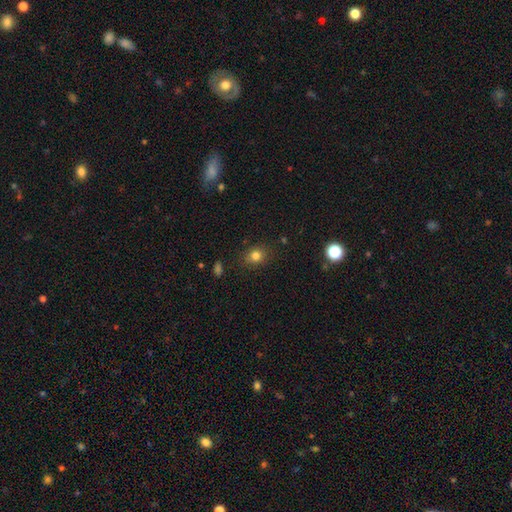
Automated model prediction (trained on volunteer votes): Smooth or featured?
  - smooth: 79% *
  - star or artifact: 14%
  - featured or disk: 7%
How rounded?
  - round: 62% *
  - in between: 37%
  - cigar-shaped: 1%
Merging?
  - none: 84% *
  - minor disturbance: 12%
  - major disturbance: 3%
  - merger: 2%